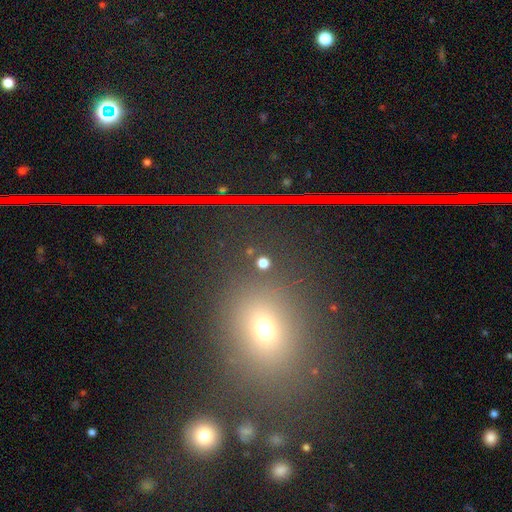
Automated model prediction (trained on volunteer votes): Overall: smooth (44%; star or artifact 43%). Merging: none (81%).